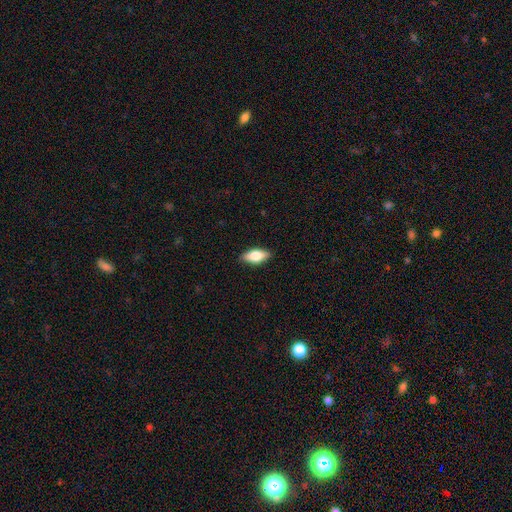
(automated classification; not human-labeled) Overall: smooth (68%). How rounded: in between (82%). Merging: none (88%).